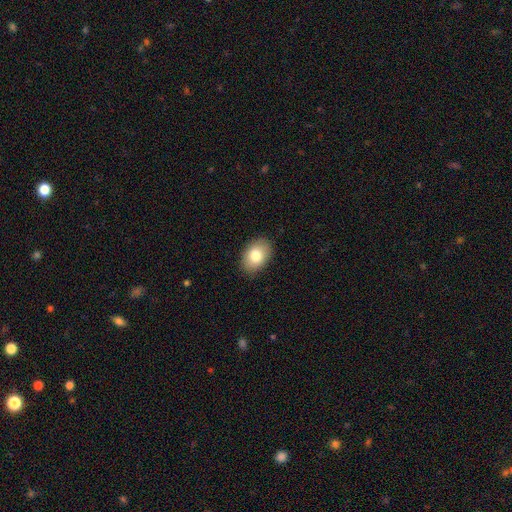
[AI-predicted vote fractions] The model was most divided on "smooth or featured": smooth: 81%, featured or disk: 11%, star or artifact: 8%. More confident: merging — none (87%); how rounded — in between (86%).